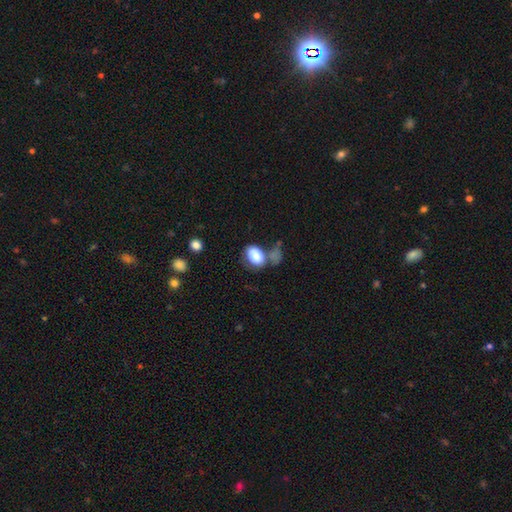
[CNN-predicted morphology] Smooth or featured? smooth (80%)
How rounded? in between (85%)
Merging? none (34%)